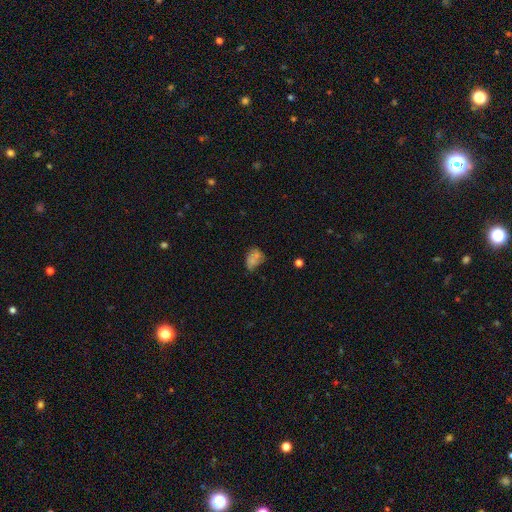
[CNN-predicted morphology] Smooth or featured?
  - smooth: 62% *
  - featured or disk: 19%
  - star or artifact: 18%
How rounded?
  - in between: 73% *
  - round: 25%
  - cigar-shaped: 2%
Merging?
  - none: 42% *
  - minor disturbance: 28%
  - merger: 16%
  - major disturbance: 15%